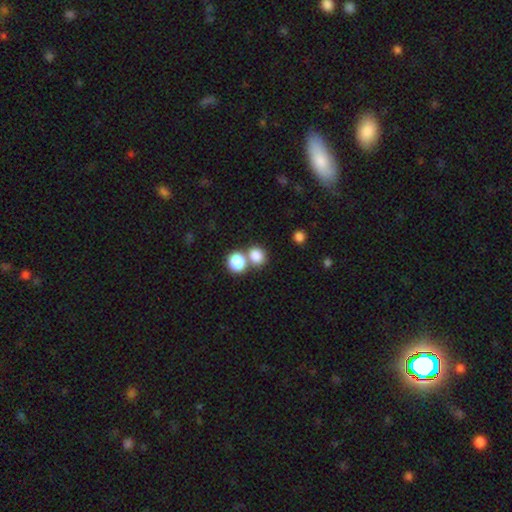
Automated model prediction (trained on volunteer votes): Smooth or featured? smooth (83%)
How rounded? round (75%)
Merging? none (48%)